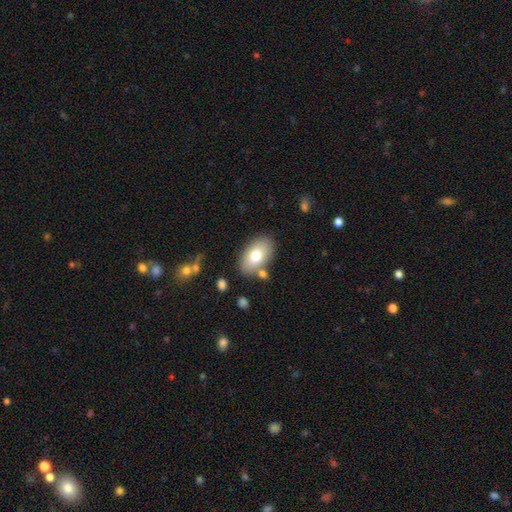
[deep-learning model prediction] A smooth galaxy with no disk features (74%) that is in between round and cigar-shaped (93%).

Vote fractions:
- Smooth or featured? smooth: 74% / featured or disk: 19% / star or artifact: 7%
- How rounded? in between: 93% / round: 6% / cigar-shaped: 1%
- Merging? none: 78% / minor disturbance: 12% / merger: 6% / major disturbance: 3%